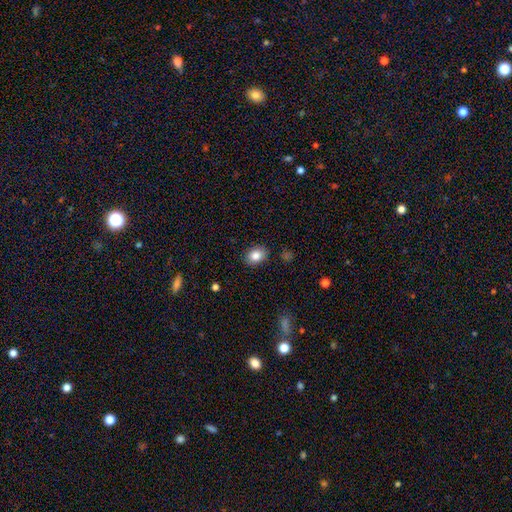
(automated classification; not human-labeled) Smooth or featured?
  - smooth: 84% *
  - star or artifact: 9%
  - featured or disk: 7%
How rounded?
  - in between: 64% *
  - round: 35%
  - cigar-shaped: 1%
Merging?
  - none: 87% *
  - minor disturbance: 10%
  - major disturbance: 2%
  - merger: 1%